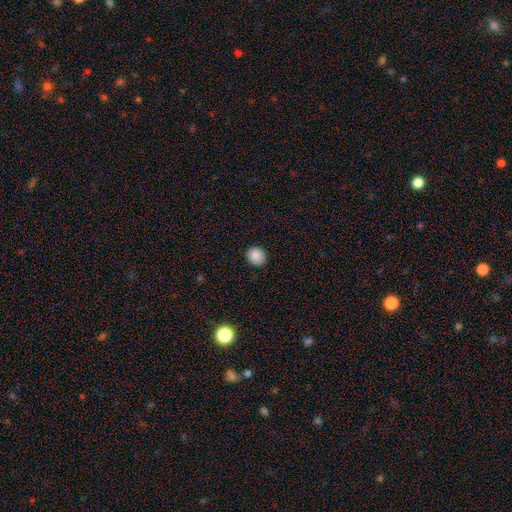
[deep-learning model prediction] Q: Smooth or featured?
A: smooth (88%); runner-up: star or artifact (9%)
Q: How rounded?
A: round (80%); runner-up: in between (19%)
Q: Merging?
A: none (90%); runner-up: minor disturbance (8%)